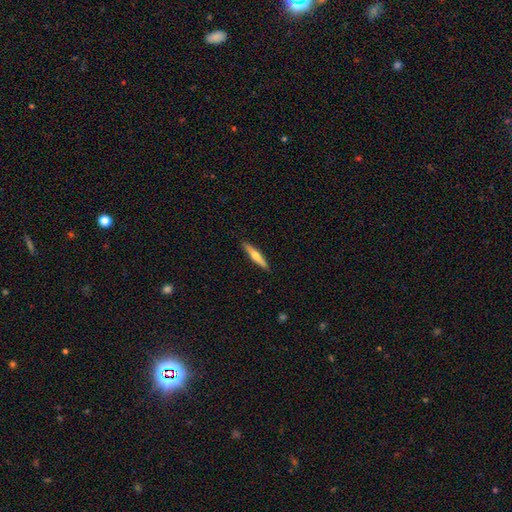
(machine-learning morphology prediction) Smooth or featured? Predicted: featured or disk (p=0.48). Merging? Predicted: none (p=0.91).